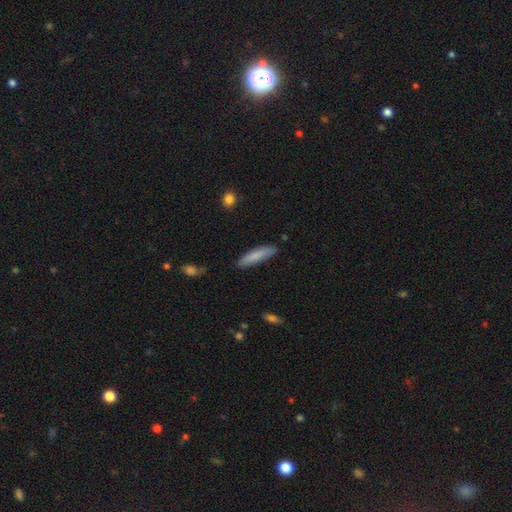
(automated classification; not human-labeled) smooth_or_featured: smooth (p=0.82) [alt: featured or disk p=0.12]
how_rounded: cigar-shaped (p=0.83) [alt: in between p=0.16]
merging: none (p=0.86) [alt: minor disturbance p=0.11]